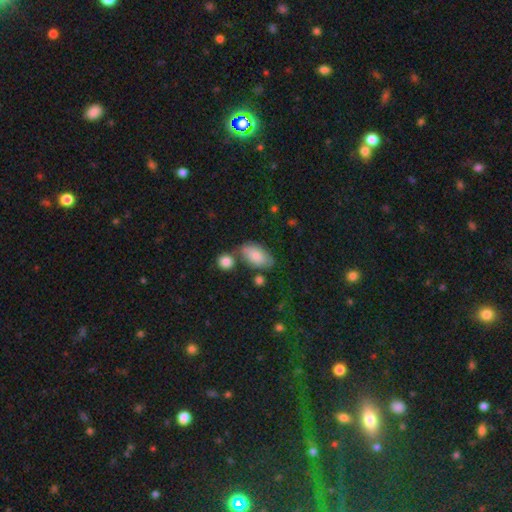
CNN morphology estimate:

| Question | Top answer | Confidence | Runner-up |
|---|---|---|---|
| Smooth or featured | smooth | 79% | featured or disk (14%) |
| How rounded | in between | 92% | round (5%) |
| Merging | none | 58% | minor disturbance (20%) |